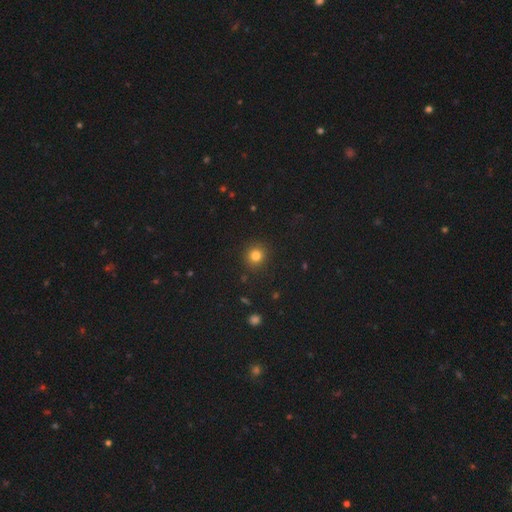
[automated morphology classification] Smooth or featured?
  - smooth: 82% *
  - star or artifact: 13%
  - featured or disk: 5%
How rounded?
  - round: 91% *
  - in between: 8%
  - cigar-shaped: 1%
Merging?
  - none: 91% *
  - minor disturbance: 6%
  - major disturbance: 2%
  - merger: 1%